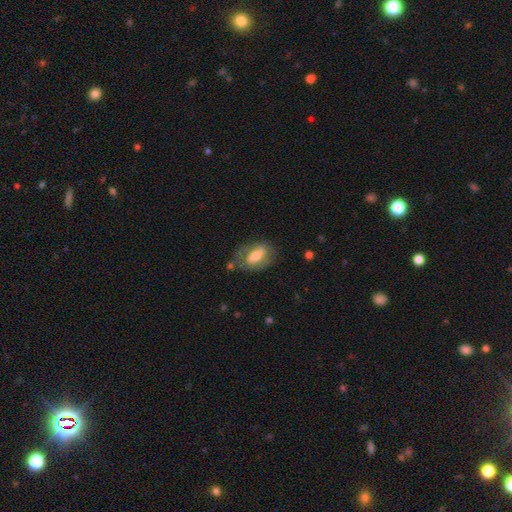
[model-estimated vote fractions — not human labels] Smooth or featured? smooth (47%, tied with featured or disk)
Merging? none (60%)